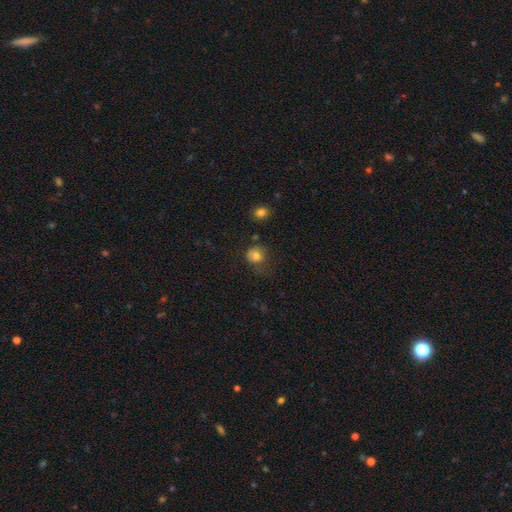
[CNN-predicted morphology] Smooth or featured? Predicted: smooth (p=0.78). How rounded? Predicted: round (p=0.80). Merging? Predicted: none (p=0.53).